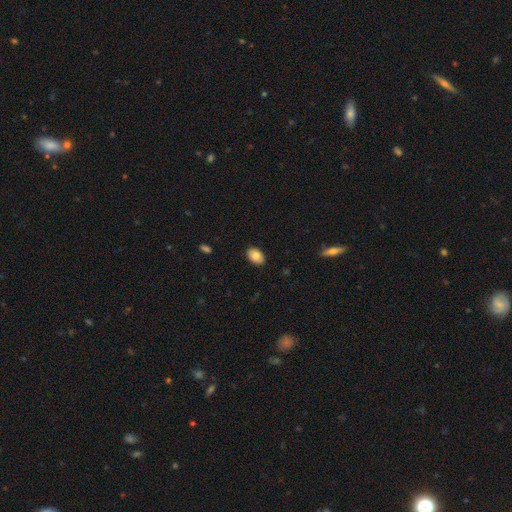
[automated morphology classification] Overall: smooth (80%). How rounded: in between (86%). Merging: none (89%).